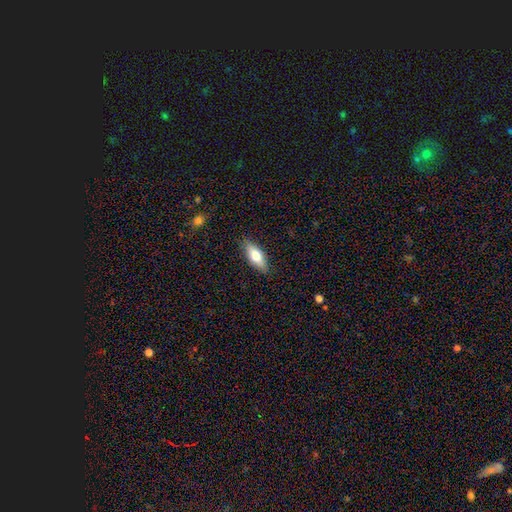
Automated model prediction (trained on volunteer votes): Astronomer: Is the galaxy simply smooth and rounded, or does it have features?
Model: smooth — 69%.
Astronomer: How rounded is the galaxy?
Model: in between — 71%.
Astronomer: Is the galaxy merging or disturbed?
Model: none — 87%.